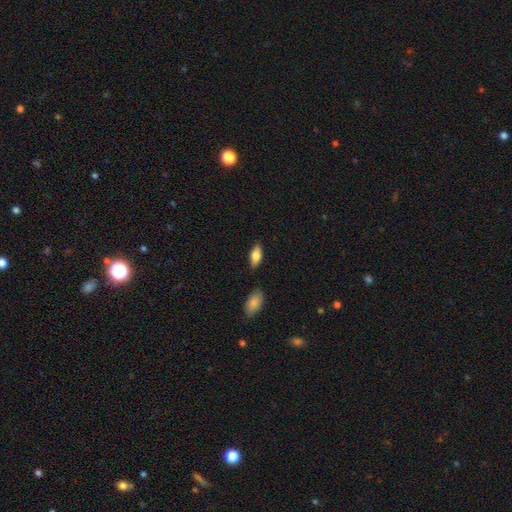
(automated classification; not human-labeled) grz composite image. It shows a smooth galaxy with no disk features (75%) that is in between round and cigar-shaped (84%). Merging: none (82%).